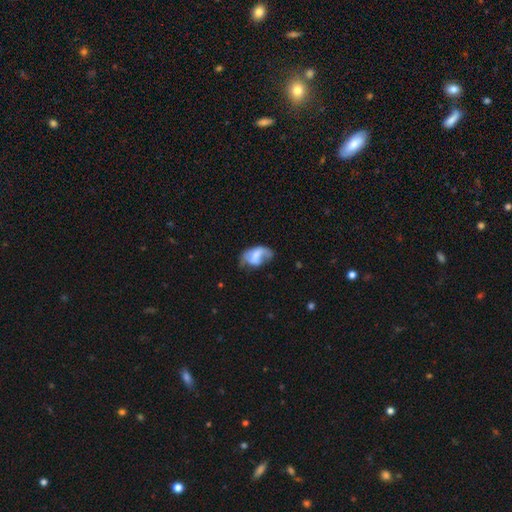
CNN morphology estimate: type=featured or disk (49%); merging=major disturbance (33%).